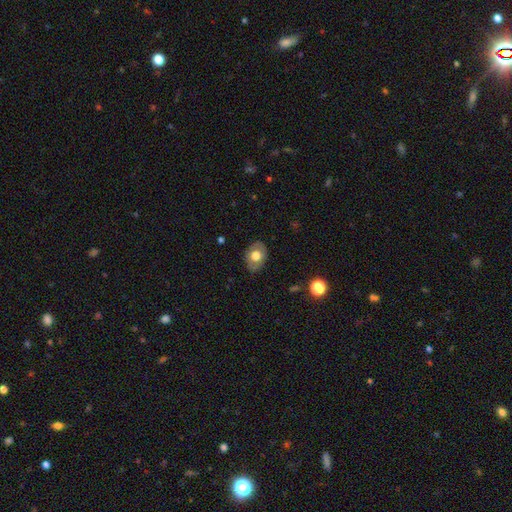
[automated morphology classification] Q: Smooth or featured?
A: smooth (62%); runner-up: featured or disk (31%)
Q: How rounded?
A: in between (70%); runner-up: round (29%)
Q: Merging?
A: none (82%); runner-up: minor disturbance (14%)